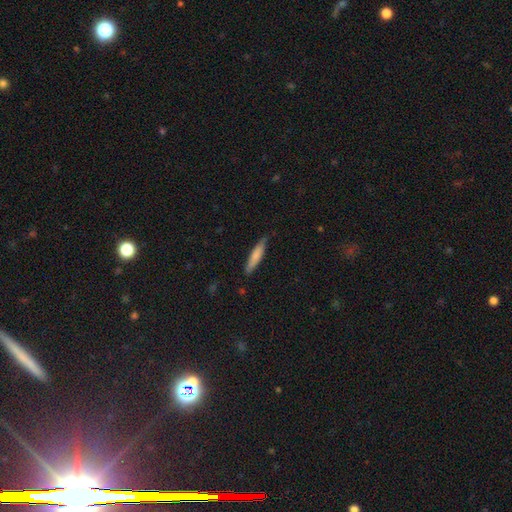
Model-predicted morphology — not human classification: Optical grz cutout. It shows a smooth galaxy with no disk features (75%) that is cigar-shaped (87%). Merging: none (79%).